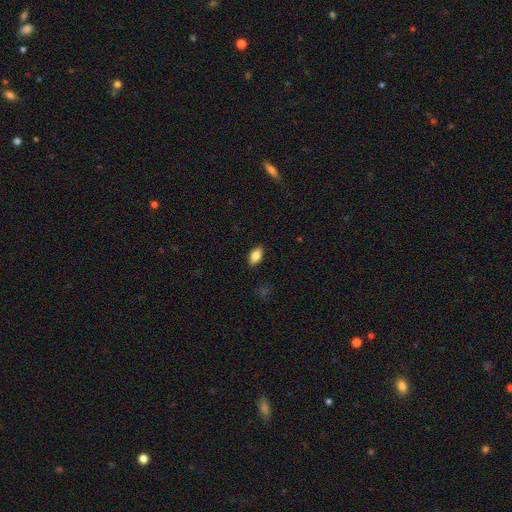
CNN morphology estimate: Smooth or featured? smooth (80%)
How rounded? in between (89%)
Merging? none (88%)